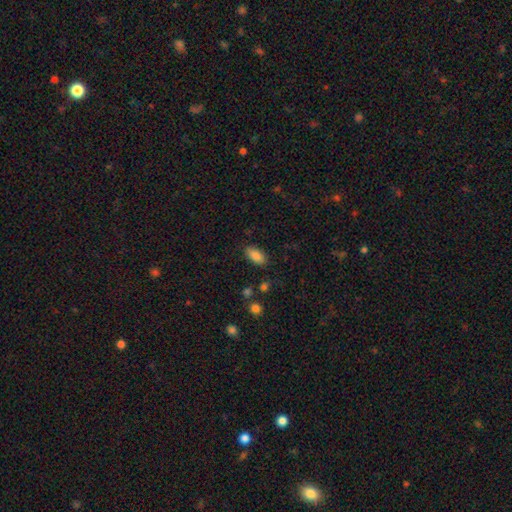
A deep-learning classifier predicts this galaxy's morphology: Smooth or featured?
  - smooth: 85% *
  - star or artifact: 8%
  - featured or disk: 7%
How rounded?
  - in between: 90% *
  - cigar-shaped: 7%
  - round: 3%
Merging?
  - none: 84% *
  - minor disturbance: 11%
  - major disturbance: 3%
  - merger: 2%